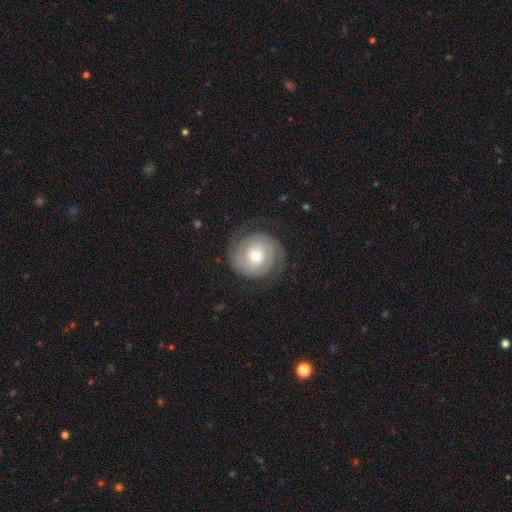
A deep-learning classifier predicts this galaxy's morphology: The model was most divided on "bar": no: 65%, weak: 29%, strong: 7%. More confident: edge-on disk — no (98%); spiral arms — yes (92%); spiral arm count — 2 (84%); merging — none (81%); smooth or featured — featured or disk (75%); bulge size — moderate (69%); spiral winding — tight (67%).